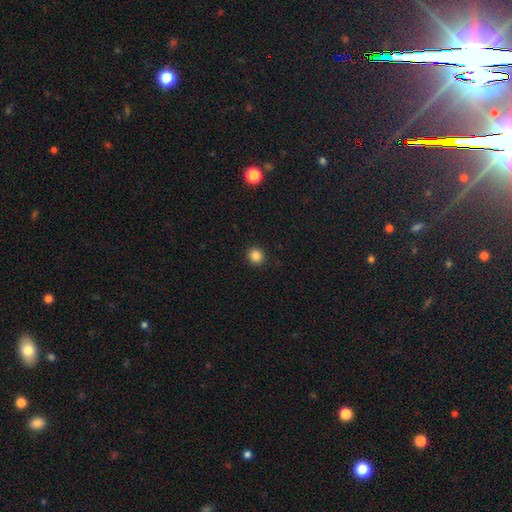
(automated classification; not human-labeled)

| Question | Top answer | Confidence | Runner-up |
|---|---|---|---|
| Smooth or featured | smooth | 85% | star or artifact (11%) |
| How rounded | round | 86% | in between (13%) |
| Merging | none | 92% | minor disturbance (5%) |